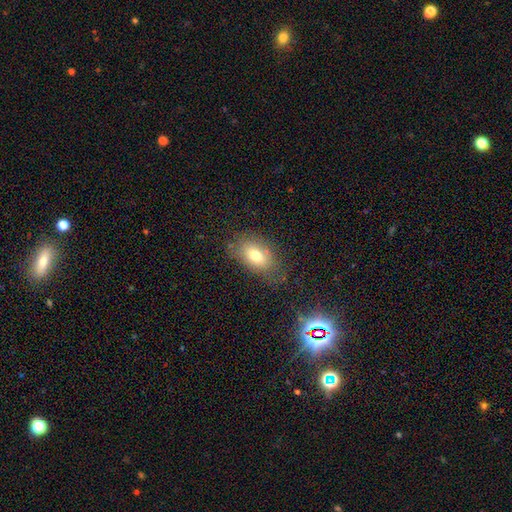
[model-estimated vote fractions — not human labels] A smooth galaxy with no disk features (75%) that is in between round and cigar-shaped (87%). Merging: none (72%).